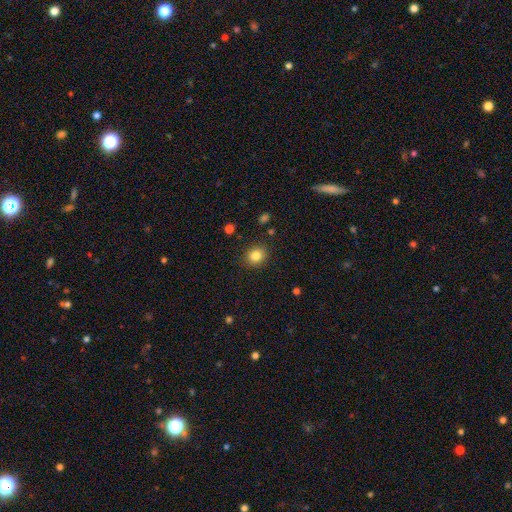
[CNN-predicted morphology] Smooth or featured: smooth — 84% (star or artifact — 11%)
How rounded: round — 73% (in between — 27%)
Merging: none — 88% (minor disturbance — 8%)